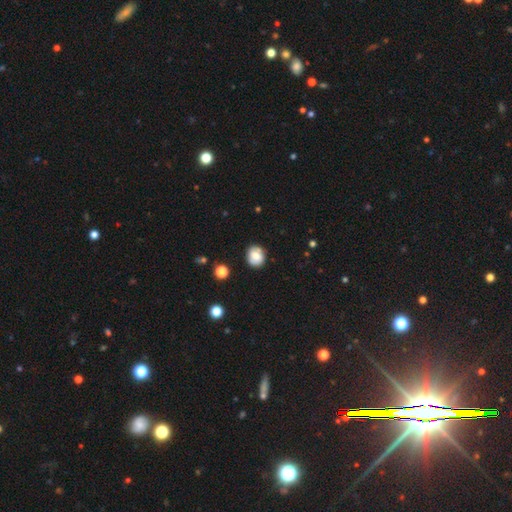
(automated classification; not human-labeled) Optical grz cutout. It shows a smooth galaxy with no disk features (66%) that is round (63%). Merging: none (79%).